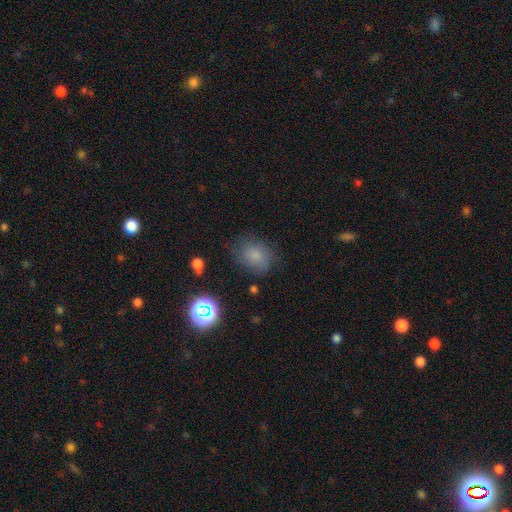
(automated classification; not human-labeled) This is likely a smooth galaxy (77%). How rounded: possibly in between (50%). Merging: likely none (69%).